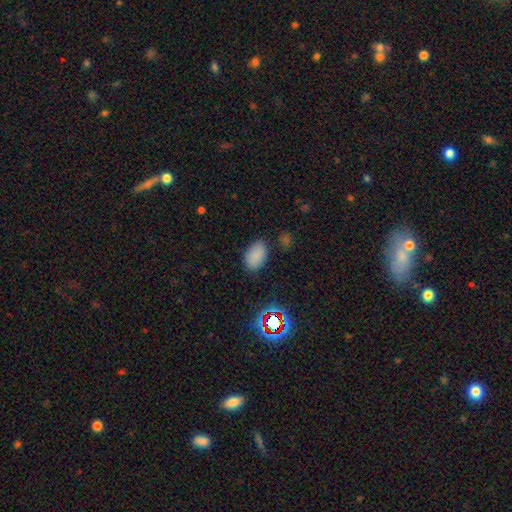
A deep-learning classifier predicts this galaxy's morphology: Smooth or featured: smooth — 81% (star or artifact — 14%)
How rounded: in between — 91% (round — 8%)
Merging: none — 80% (minor disturbance — 14%)